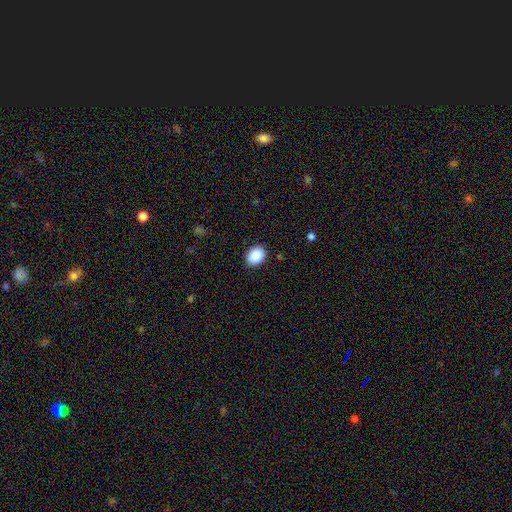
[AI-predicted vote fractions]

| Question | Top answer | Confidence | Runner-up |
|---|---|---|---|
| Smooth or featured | smooth | 89% | star or artifact (7%) |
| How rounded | in between | 61% | round (39%) |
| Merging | none | 88% | minor disturbance (9%) |